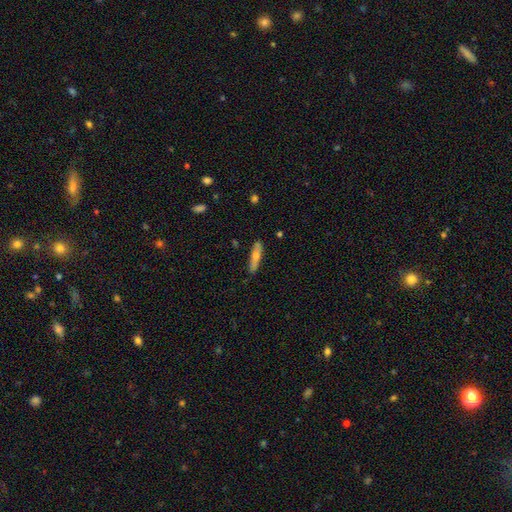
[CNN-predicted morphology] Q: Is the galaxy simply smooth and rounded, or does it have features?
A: smooth — 54%.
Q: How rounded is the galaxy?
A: cigar-shaped — 82%.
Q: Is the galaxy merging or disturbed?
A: none — 85%.